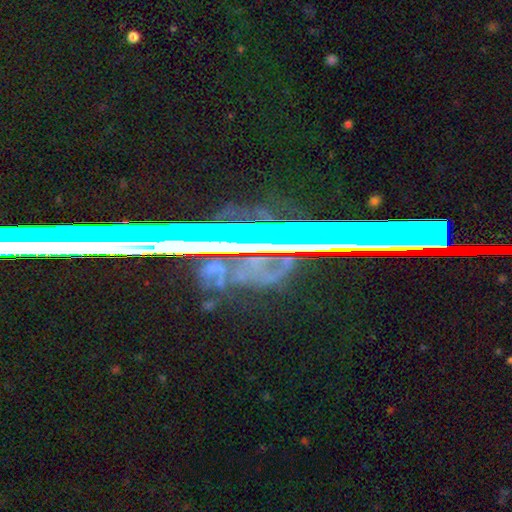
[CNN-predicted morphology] Smooth or featured? Predicted: star or artifact (p=0.53).